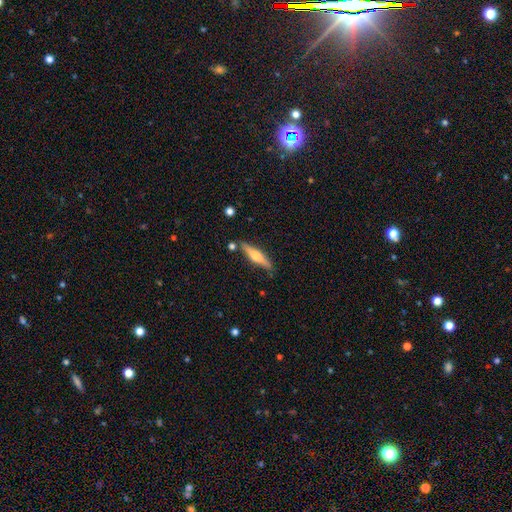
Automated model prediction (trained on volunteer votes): Smooth or featured?
  - featured or disk: 61% *
  - smooth: 33%
  - star or artifact: 6%
Edge-on disk?
  - yes: 96% *
  - no: 4%
Edge-on bulge?
  - rounded: 91% *
  - boxy: 5%
  - none: 3%
Merging?
  - none: 83% *
  - minor disturbance: 11%
  - merger: 4%
  - major disturbance: 2%